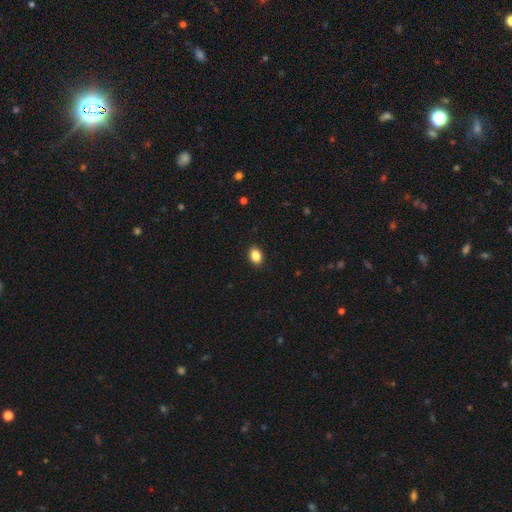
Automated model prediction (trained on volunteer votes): Morphology: type=smooth (87%); roundness=in between (76%); merging=none (90%).